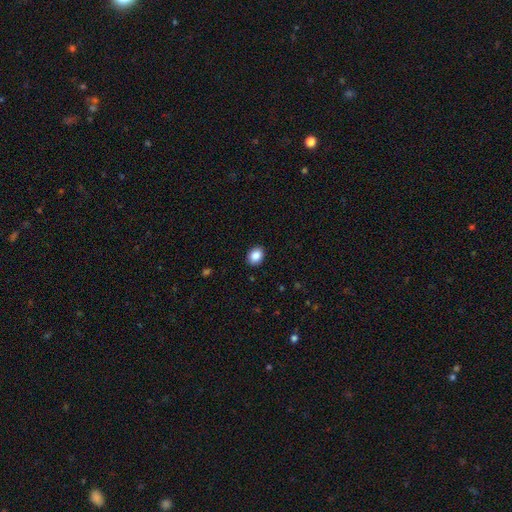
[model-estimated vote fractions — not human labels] Smooth or featured? Predicted: smooth (p=0.88). How rounded? Predicted: in between (p=0.53). Merging? Predicted: none (p=0.90).